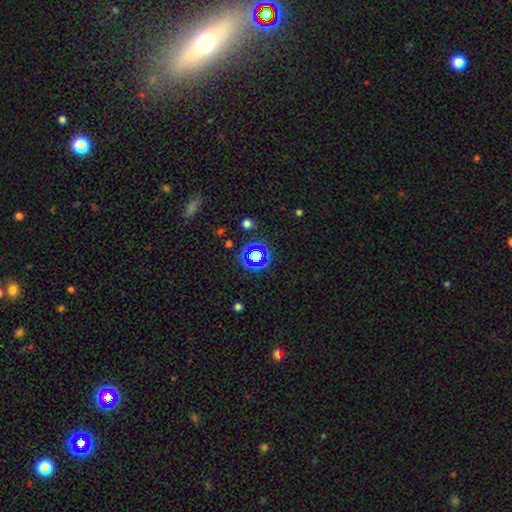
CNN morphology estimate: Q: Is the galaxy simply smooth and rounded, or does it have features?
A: star or artifact — 60%.